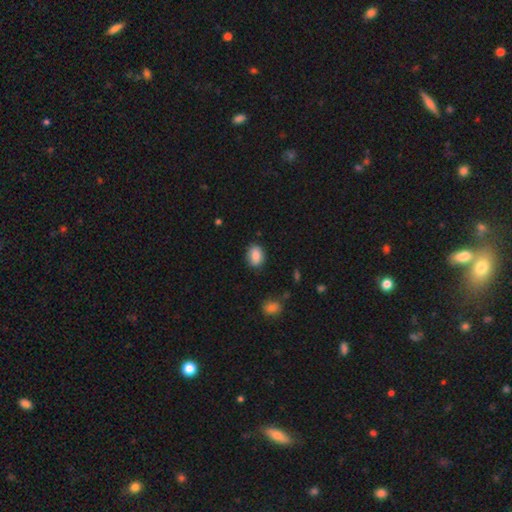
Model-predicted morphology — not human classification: A smooth galaxy with no disk features (87%) that is in between round and cigar-shaped (75%). Merging: none (82%).